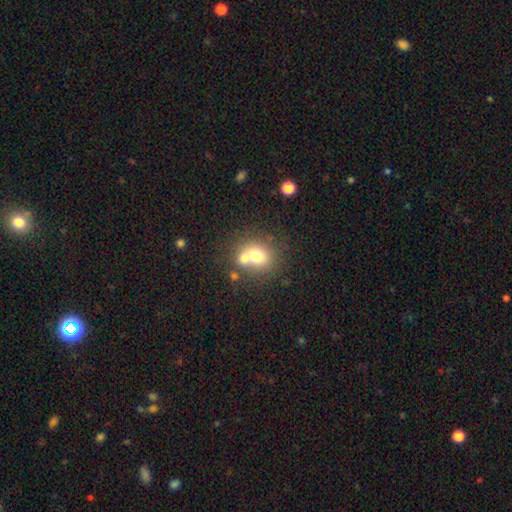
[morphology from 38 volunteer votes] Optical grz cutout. It shows a smooth galaxy with no disk features (84%) that is round (88%). Merging: none (51%).